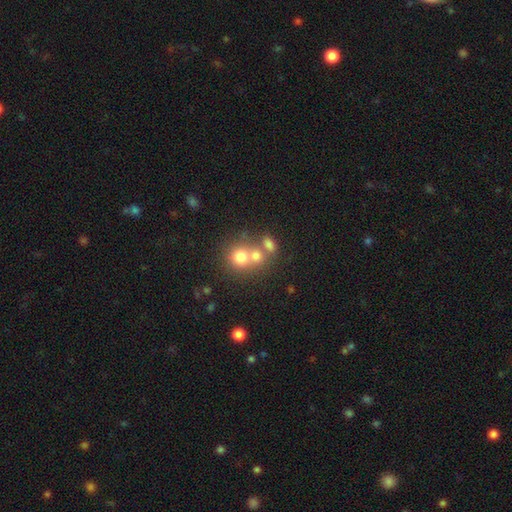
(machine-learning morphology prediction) Smooth or featured: smooth — 71% (featured or disk — 16%)
How rounded: round — 73% (in between — 26%)
Merging: merger — 50% (none — 38%)